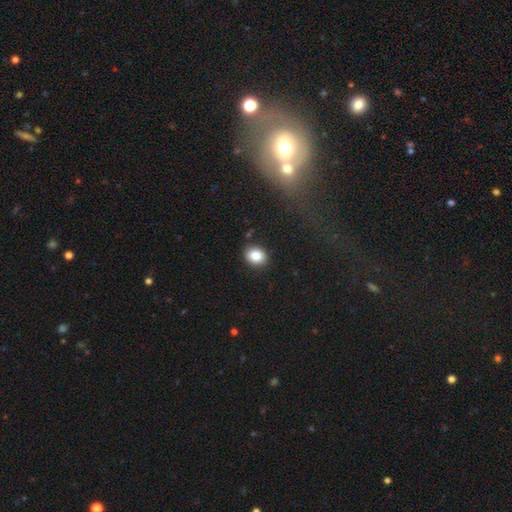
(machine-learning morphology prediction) A smooth galaxy with no disk features (83%) that is round (55%). Merging: none (88%).